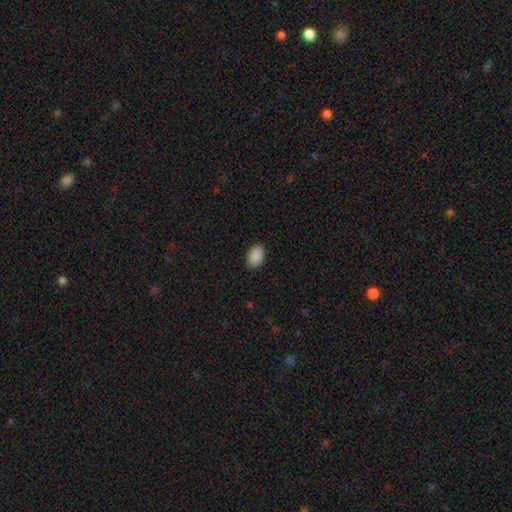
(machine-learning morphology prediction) A smooth galaxy with no disk features (90%) that is in between round and cigar-shaped (88%). Merging: none (89%).